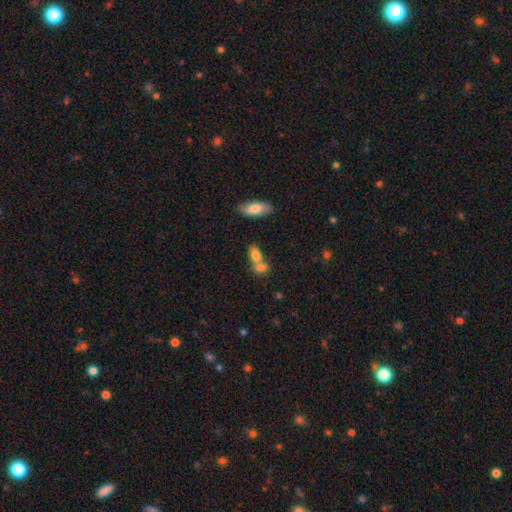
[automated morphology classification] Smooth or featured? smooth (78%)
How rounded? in between (79%)
Merging? merger (56%)